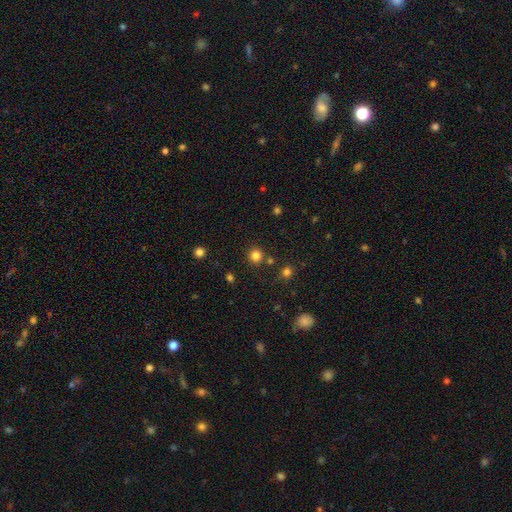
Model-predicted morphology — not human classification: Overall: smooth (81%). How rounded: round (93%). Merging: none (85%).